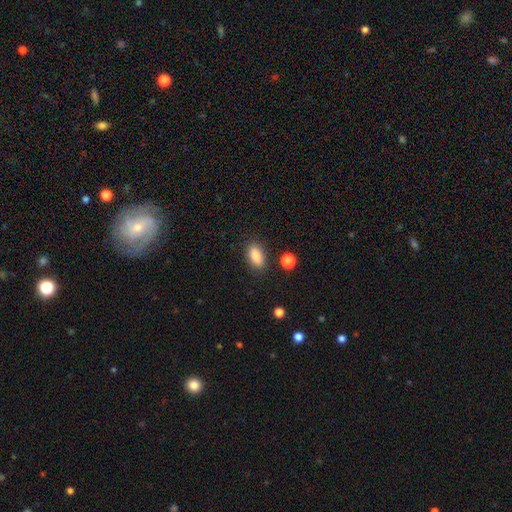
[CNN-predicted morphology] This appears to be a smooth galaxy with no disk features (86%) that is in between round and cigar-shaped (83%). Merging: none (84%).